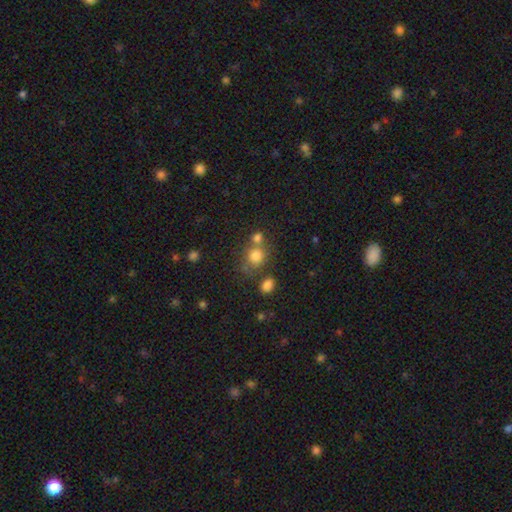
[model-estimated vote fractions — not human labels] A smooth galaxy with no disk features (78%) that is round (81%). Merging: none (57%).